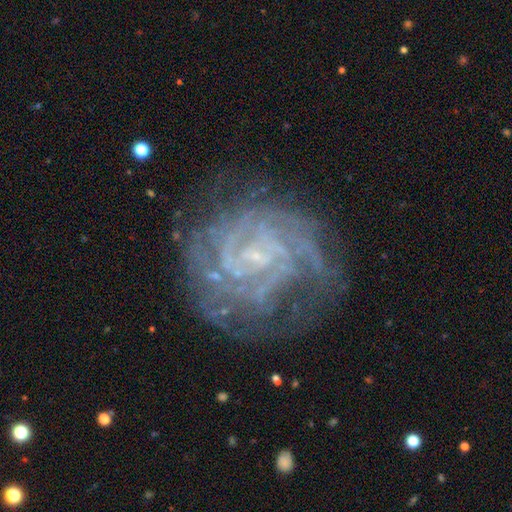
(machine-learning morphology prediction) A featured or disk galaxy (84%) with a weak bar (45%), tight (70%) spiral arms (93%) and a small central bulge (64%).

Vote fractions:
- Smooth or featured? featured or disk: 84% / star or artifact: 9% / smooth: 7%
- Edge-on disk? no: 98% / yes: 2%
- Bar? weak: 45% / no: 42% / strong: 14%
- Spiral arms? yes: 93% / no: 7%
- Spiral winding? tight: 70% / medium: 25% / loose: 6%
- Spiral arm count? can't tell: 39% / 2: 18% / 3: 16% / 4: 13% / more than 4: 8% / 1: 7%
- Bulge size? small: 64% / none: 24% / moderate: 9% / large: 1% / dominant: 1%
- Merging? none: 69% / minor disturbance: 17% / major disturbance: 12% / merger: 2%